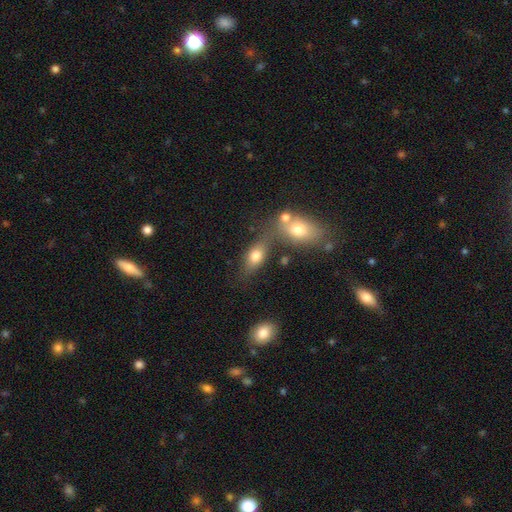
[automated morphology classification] Smooth or featured? Predicted: smooth (p=0.73). How rounded? Predicted: in between (p=0.77). Merging? Predicted: none (p=0.52).